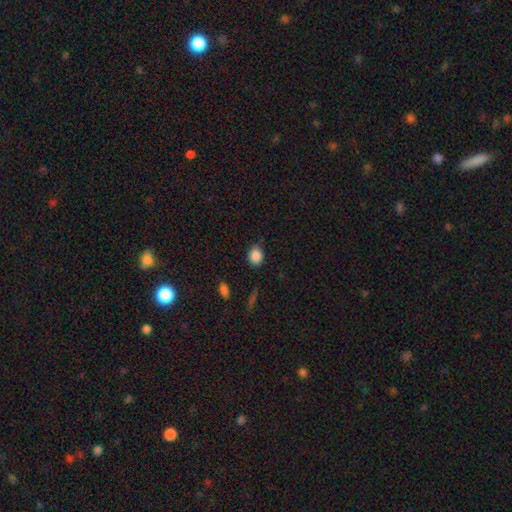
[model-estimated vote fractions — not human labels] Morphology: type=smooth (87%); roundness=in between (54%); merging=none (80%).